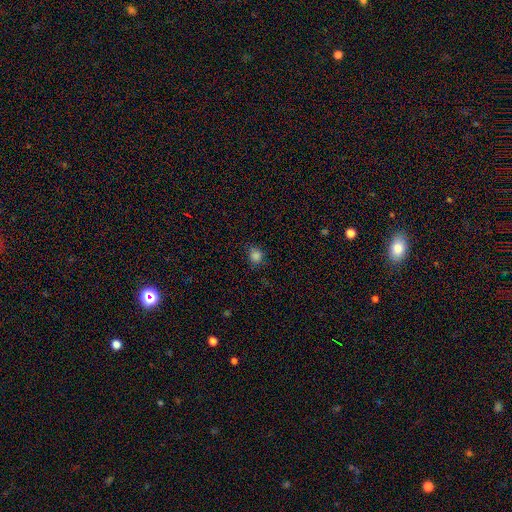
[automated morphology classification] A smooth galaxy with no disk features (81%) that is round (82%).

Vote fractions:
- Smooth or featured? smooth: 81% / star or artifact: 15% / featured or disk: 4%
- How rounded? round: 82% / in between: 17% / cigar-shaped: 1%
- Merging? none: 80% / minor disturbance: 15% / major disturbance: 4% / merger: 1%